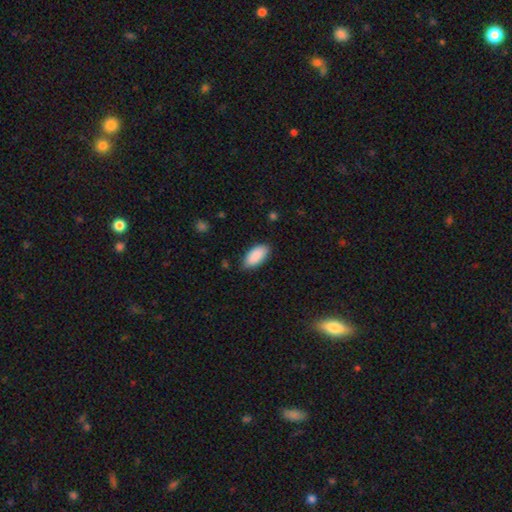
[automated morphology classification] Overall: smooth (90%). How rounded: in between (92%). Merging: none (81%).